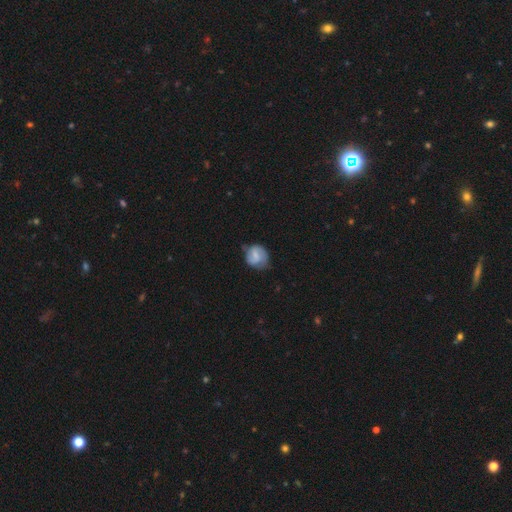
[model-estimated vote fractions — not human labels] This is possibly a featured or disk galaxy (54%). It is clearly not viewed edge-on (98%). Bar: possibly weak (49%). Spiral arm pattern: clearly yes (86%). Central bulge: marginally small (38%). Merging: likely none (62%).